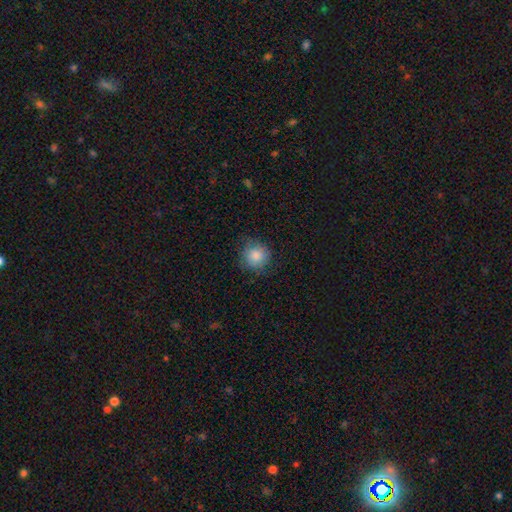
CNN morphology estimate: Overall: smooth (85%). How rounded: round (90%). Merging: none (79%).